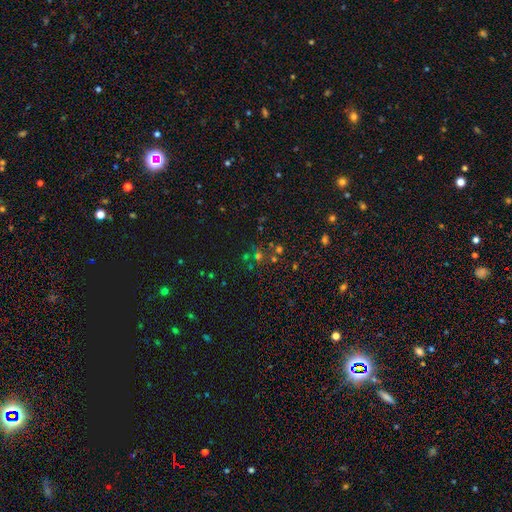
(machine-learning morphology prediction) This is possibly a star or artifact rather than a galaxy (59%).